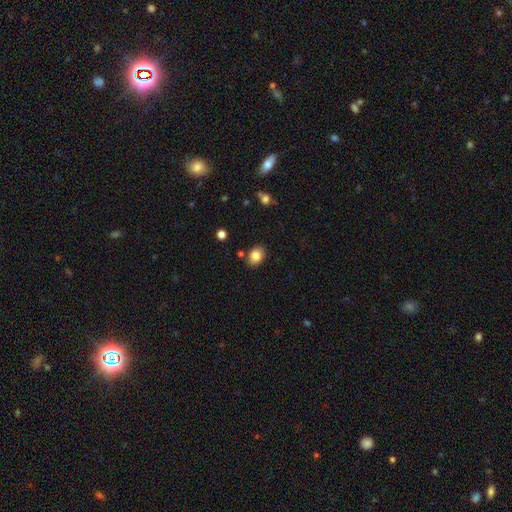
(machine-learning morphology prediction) smooth-or-featured: smooth: 84% | star or artifact: 9% | featured or disk: 7%
  how-rounded: in between: 62% | round: 37% | cigar-shaped: 1%
  merging: none: 83% | minor disturbance: 11% | merger: 4% | major disturbance: 2%